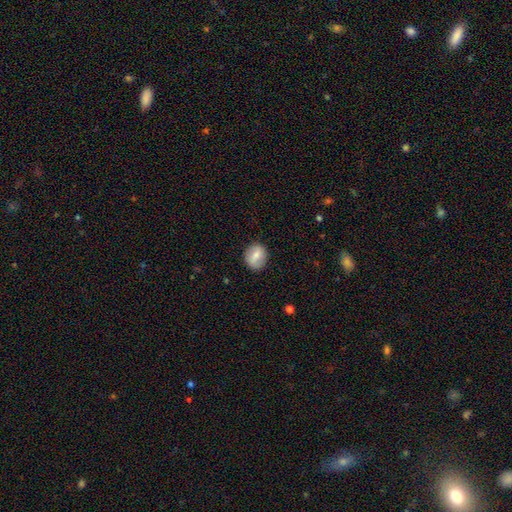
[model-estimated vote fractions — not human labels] Smooth or featured? smooth (71%)
How rounded? round (67%)
Merging? none (86%)